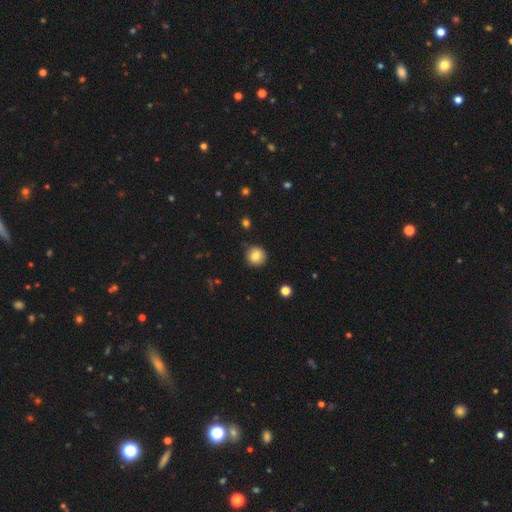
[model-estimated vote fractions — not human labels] Overall: smooth (84%). How rounded: round (92%). Merging: none (86%).